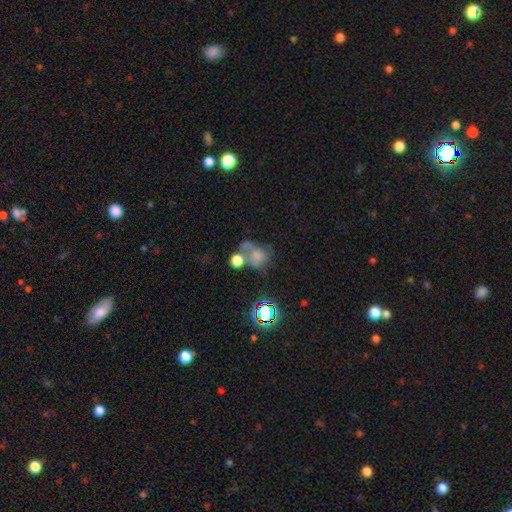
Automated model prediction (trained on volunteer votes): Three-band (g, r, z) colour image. It shows a smooth galaxy with no disk features (60%) that is round (60%). Merging: merger (37%).